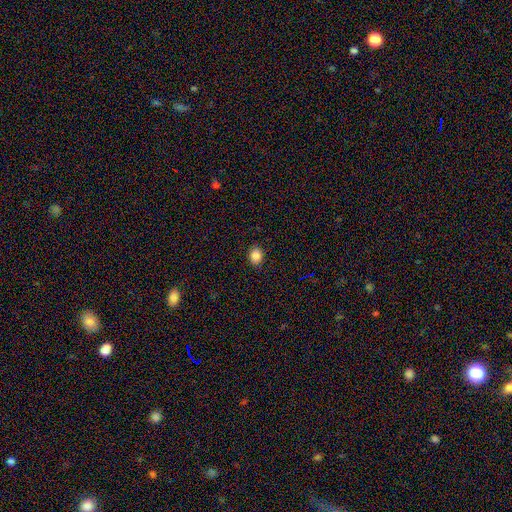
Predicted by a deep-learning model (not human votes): Smooth or featured? smooth (87%)
How rounded? in between (59%)
Merging? none (89%)